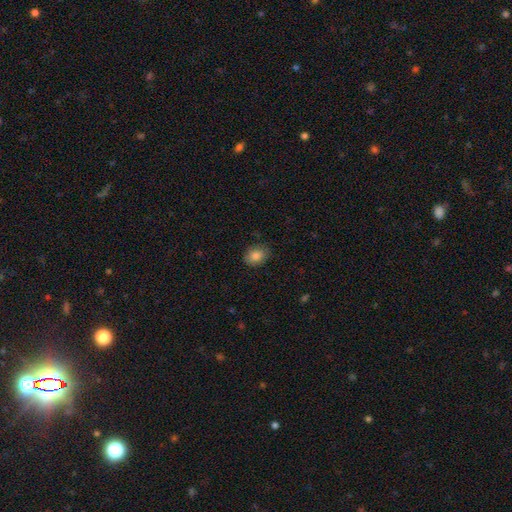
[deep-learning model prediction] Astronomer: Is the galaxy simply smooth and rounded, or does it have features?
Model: smooth — 86%.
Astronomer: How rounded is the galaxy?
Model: in between — 65%.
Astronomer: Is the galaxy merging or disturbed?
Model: none — 83%.